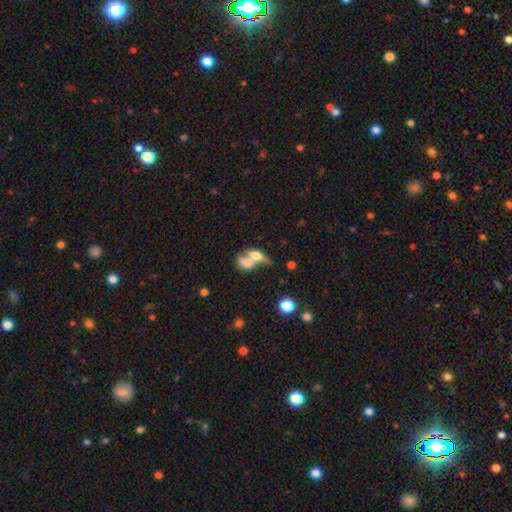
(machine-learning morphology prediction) The model was most divided on "smooth or featured": smooth: 58%, featured or disk: 32%, star or artifact: 10%. More confident: merging — merger (69%); how rounded — in between (62%).